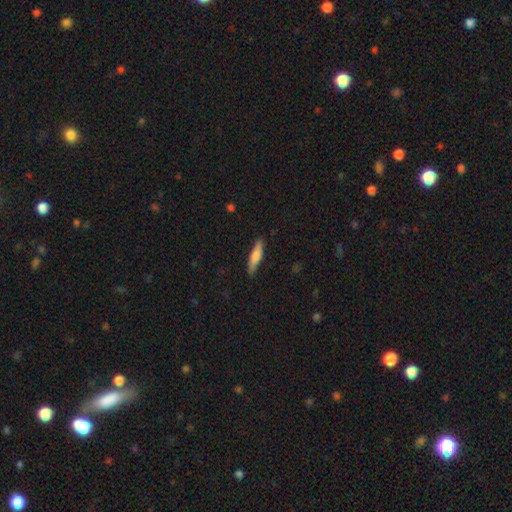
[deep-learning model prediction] A smooth galaxy with no disk features (69%) that is cigar-shaped (80%). Merging: none (88%).